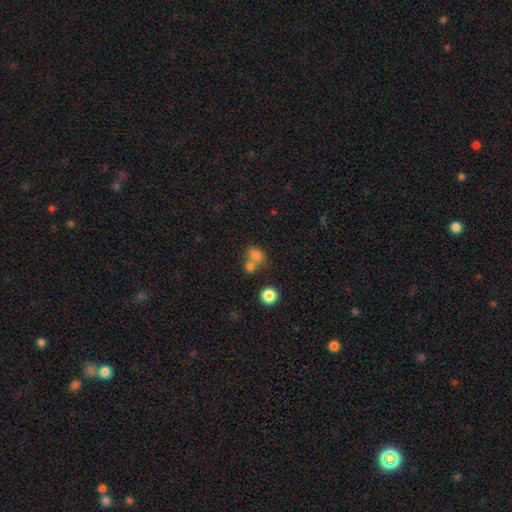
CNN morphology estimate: A smooth galaxy with no disk features (77%) that is in between round and cigar-shaped (52%). Merging: merger (45%).